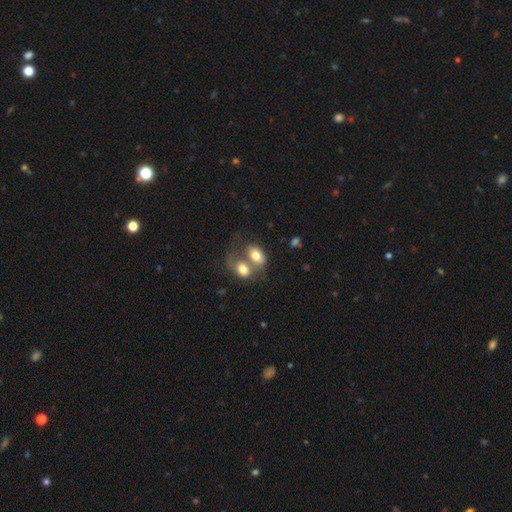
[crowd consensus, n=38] Overall: smooth (79%). How rounded: in between (87%). Merging: merger (80%).